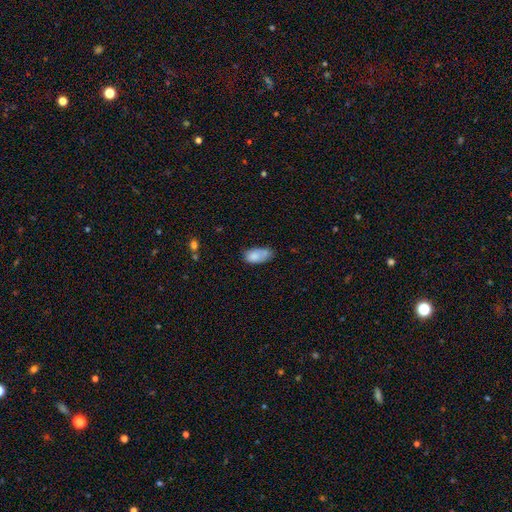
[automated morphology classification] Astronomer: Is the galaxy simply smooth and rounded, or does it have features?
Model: smooth — 79%.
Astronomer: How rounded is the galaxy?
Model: in between — 91%.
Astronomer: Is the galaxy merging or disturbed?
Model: none — 42% (runner-up: minor disturbance, 31%).